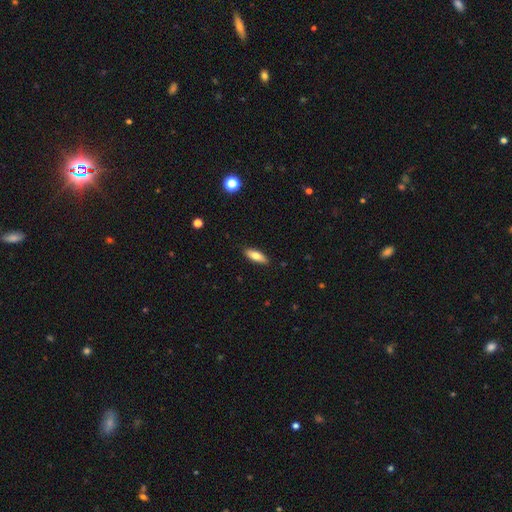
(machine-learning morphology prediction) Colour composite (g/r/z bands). It shows a smooth galaxy with no disk features (76%) that is in between round and cigar-shaped (69%). Merging: none (89%).